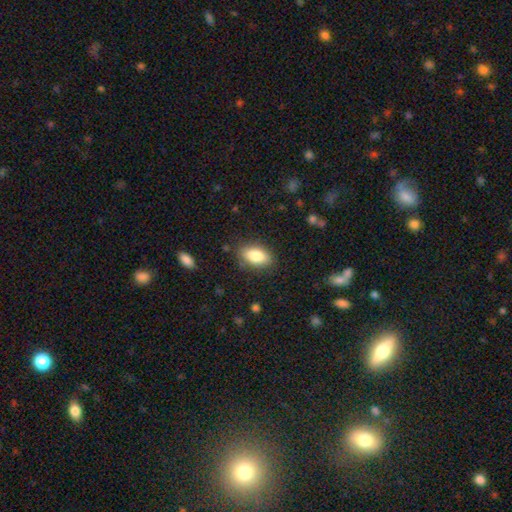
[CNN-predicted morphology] Smooth or featured? smooth (84%)
How rounded? in between (90%)
Merging? none (84%)